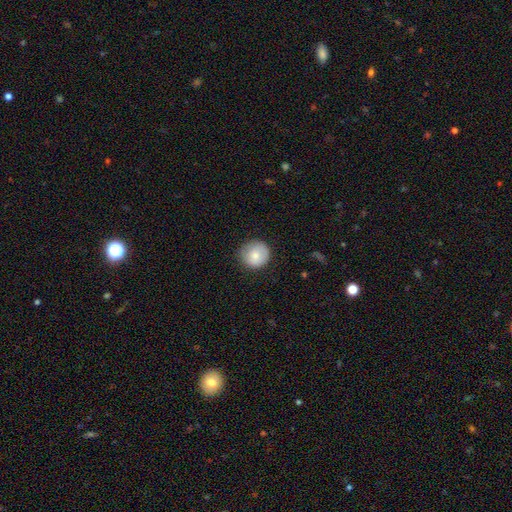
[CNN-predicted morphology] Smooth or featured: smooth — 80% (featured or disk — 13%)
How rounded: round — 93% (in between — 6%)
Merging: none — 83% (minor disturbance — 13%)